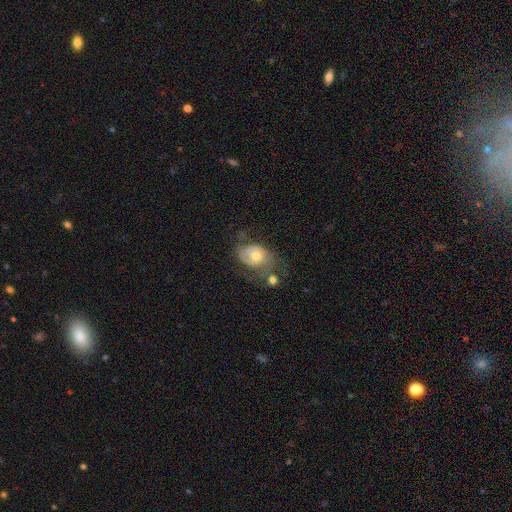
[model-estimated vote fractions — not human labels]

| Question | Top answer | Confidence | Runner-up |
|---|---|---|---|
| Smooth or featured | featured or disk | 72% | smooth (21%) |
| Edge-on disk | no | 97% | yes (3%) |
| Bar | no | 76% | weak (21%) |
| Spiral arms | yes | 85% | no (15%) |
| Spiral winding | tight | 41% | medium (38%) |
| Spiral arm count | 2 | 47% | can't tell (22%) |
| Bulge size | moderate | 66% | small (25%) |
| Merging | none | 39% | major disturbance (27%) |